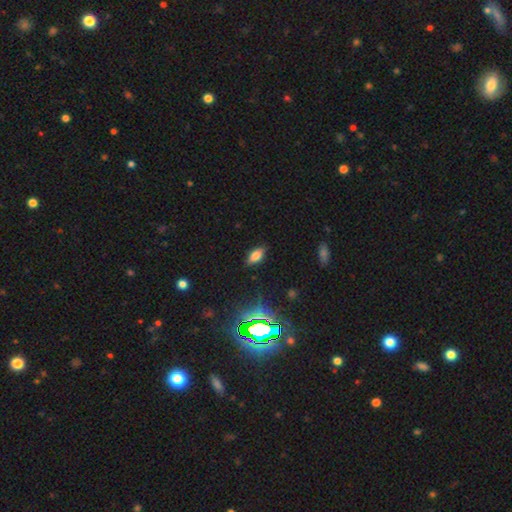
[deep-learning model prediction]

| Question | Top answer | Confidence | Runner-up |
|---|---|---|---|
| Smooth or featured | smooth | 70% | star or artifact (16%) |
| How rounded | in between | 86% | cigar-shaped (9%) |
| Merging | none | 85% | minor disturbance (11%) |